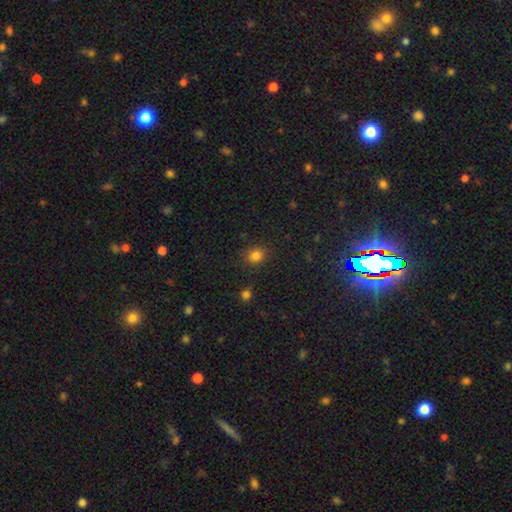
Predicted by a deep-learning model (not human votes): Morphology: type=smooth (82%); roundness=round (67%); merging=none (84%).